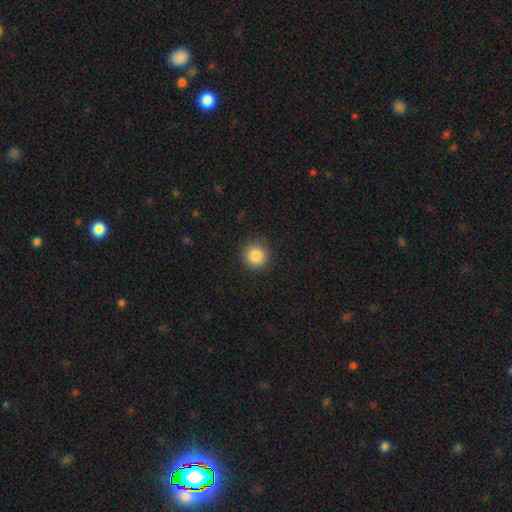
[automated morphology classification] Q: Smooth or featured?
A: smooth (86%); runner-up: star or artifact (10%)
Q: How rounded?
A: round (94%); runner-up: in between (5%)
Q: Merging?
A: none (89%); runner-up: minor disturbance (8%)